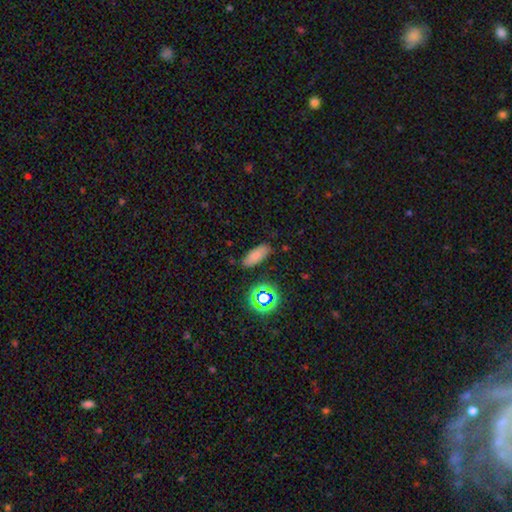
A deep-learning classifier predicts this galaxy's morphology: smooth_or_featured: smooth (p=0.75) [alt: star or artifact p=0.15]
how_rounded: in between (p=0.74) [alt: cigar-shaped p=0.22]
merging: none (p=0.82) [alt: minor disturbance p=0.13]